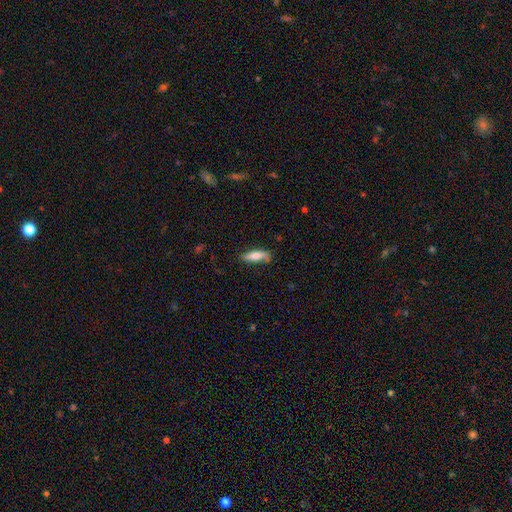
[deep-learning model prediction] Smooth or featured? smooth (78%)
How rounded? cigar-shaped (55%)
Merging? none (71%)